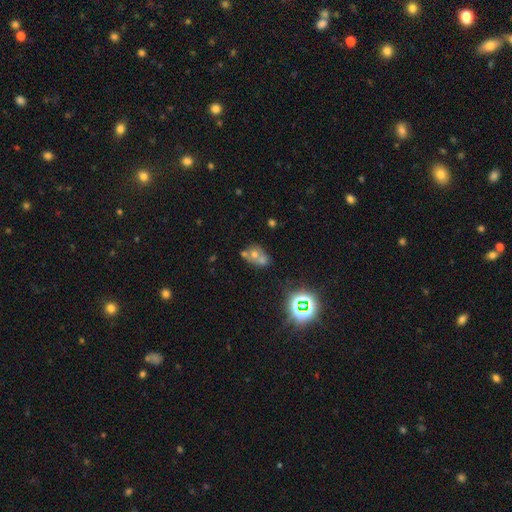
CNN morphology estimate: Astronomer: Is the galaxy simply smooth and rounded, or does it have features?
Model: smooth — 50% (runner-up: featured or disk, 29%).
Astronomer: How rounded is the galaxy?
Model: in between — 53% (runner-up: round, 45%).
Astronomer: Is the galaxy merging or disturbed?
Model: merger — 57%.